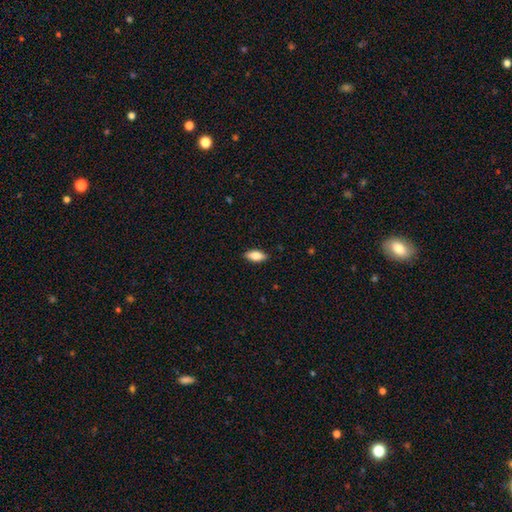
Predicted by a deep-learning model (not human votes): Smooth or featured: smooth — 82% (featured or disk — 11%)
How rounded: in between — 86% (cigar-shaped — 12%)
Merging: none — 88% (minor disturbance — 9%)